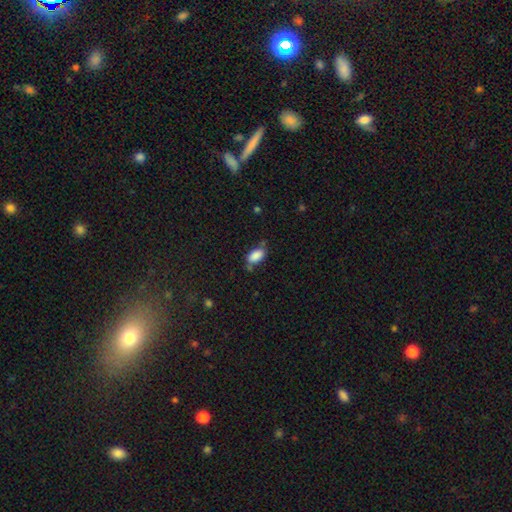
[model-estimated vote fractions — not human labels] A smooth galaxy with no disk features (85%) that is in between round and cigar-shaped (92%).

Vote fractions:
- Smooth or featured? smooth: 85% / star or artifact: 8% / featured or disk: 7%
- How rounded? in between: 92% / round: 4% / cigar-shaped: 4%
- Merging? none: 62% / minor disturbance: 24% / merger: 8% / major disturbance: 6%